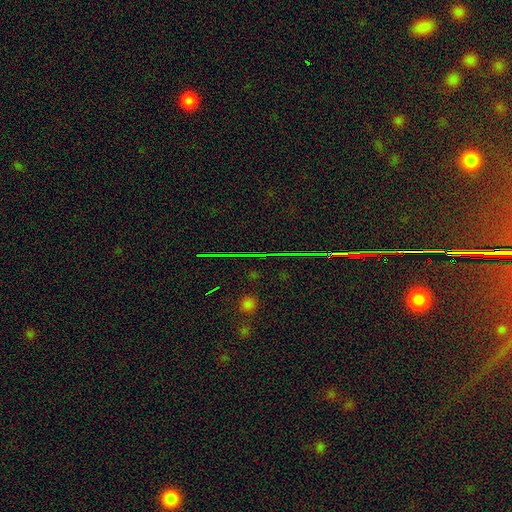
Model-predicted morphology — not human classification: star or artifact 82%, smooth 9%, featured or disk 8%.